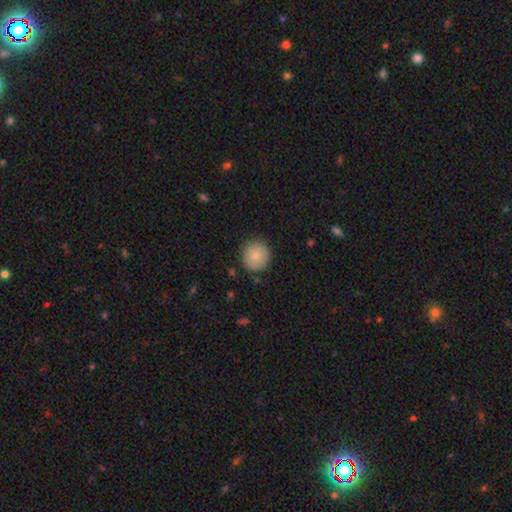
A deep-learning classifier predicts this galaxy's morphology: Smooth or featured? smooth (85%)
How rounded? round (93%)
Merging? none (86%)